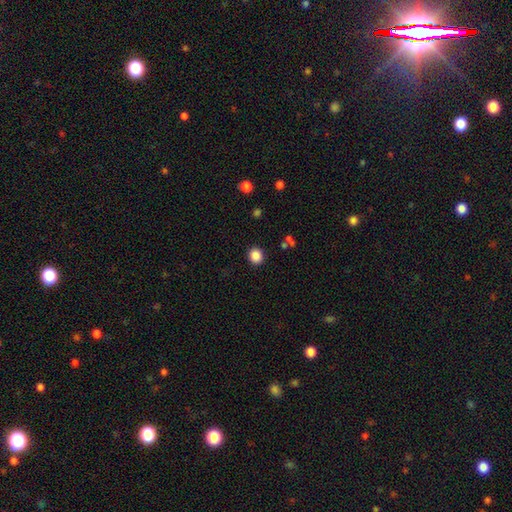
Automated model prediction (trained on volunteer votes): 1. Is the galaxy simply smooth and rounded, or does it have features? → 86% smooth, 10% star or artifact, 3% featured or disk.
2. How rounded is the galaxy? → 87% round, 12% in between, 1% cigar-shaped.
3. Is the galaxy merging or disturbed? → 91% none, 6% minor disturbance, 2% major disturbance, 2% merger.